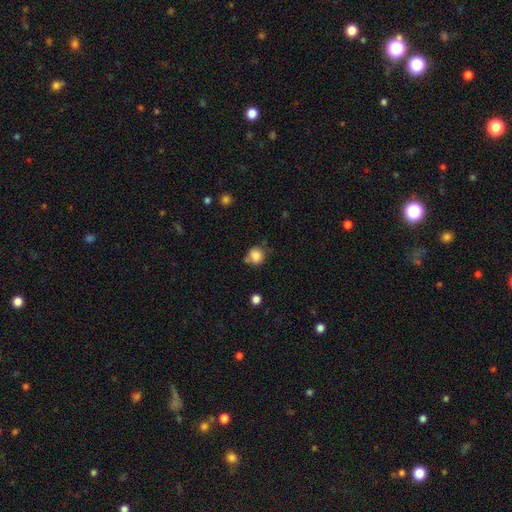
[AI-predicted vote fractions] smooth 83%, star or artifact 10%, featured or disk 6%. Down the decision tree: how rounded — round (83%); merging — none (60%).